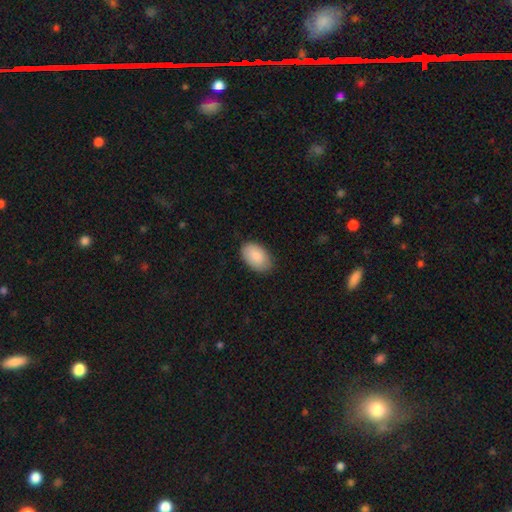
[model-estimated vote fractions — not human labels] Smooth or featured?
  - smooth: 88% *
  - featured or disk: 6%
  - star or artifact: 6%
How rounded?
  - in between: 94% *
  - round: 5%
  - cigar-shaped: 1%
Merging?
  - none: 82% *
  - minor disturbance: 14%
  - major disturbance: 2%
  - merger: 1%